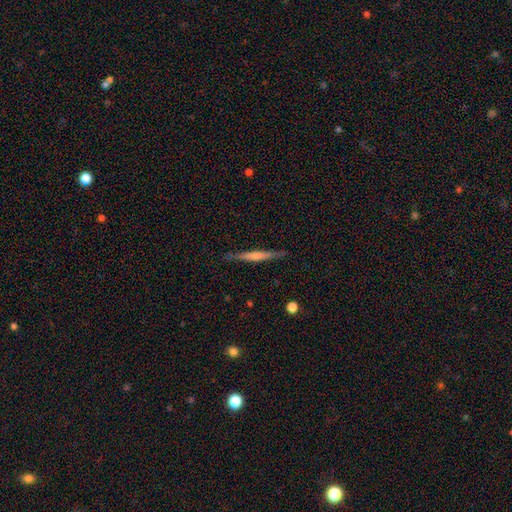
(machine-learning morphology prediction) The model was most divided on "smooth or featured": featured or disk: 51%, smooth: 43%, star or artifact: 6%. More confident: edge-on disk — yes (97%); merging — none (87%).